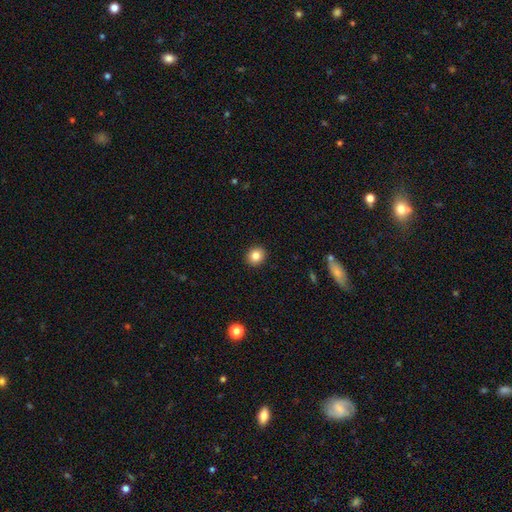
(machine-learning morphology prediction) smooth_or_featured: smooth (p=0.84) [alt: star or artifact p=0.10]
how_rounded: round (p=0.82) [alt: in between p=0.17]
merging: none (p=0.92) [alt: minor disturbance p=0.05]